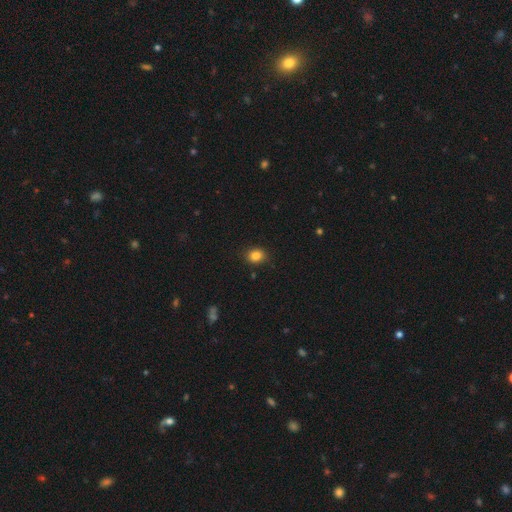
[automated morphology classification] type=smooth (84%); roundness=round (56%); merging=none (86%).